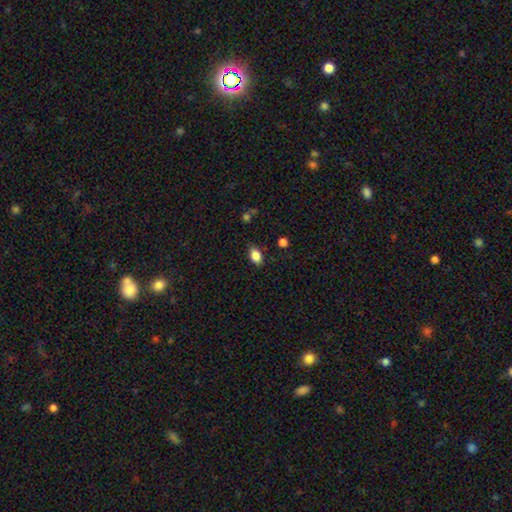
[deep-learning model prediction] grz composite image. It shows a smooth galaxy with no disk features (85%) that is in between round and cigar-shaped (85%). Merging: none (81%).